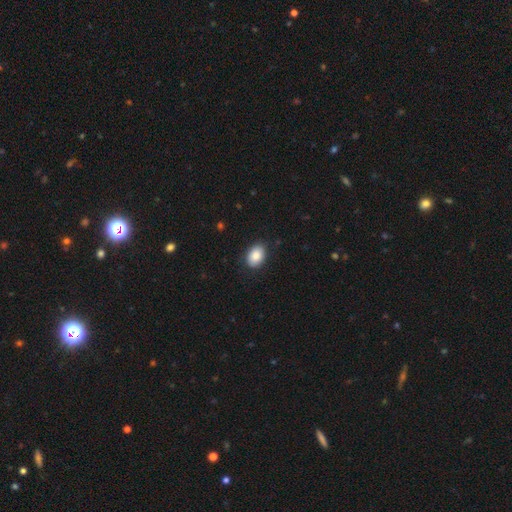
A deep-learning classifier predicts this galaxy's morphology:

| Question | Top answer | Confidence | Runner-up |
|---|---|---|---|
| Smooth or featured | smooth | 87% | star or artifact (7%) |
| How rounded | in between | 78% | round (21%) |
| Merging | none | 84% | minor disturbance (12%) |